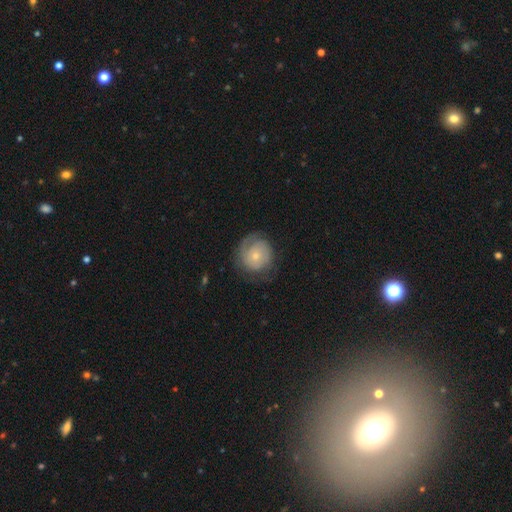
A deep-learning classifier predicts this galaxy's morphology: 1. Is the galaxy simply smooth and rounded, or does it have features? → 52% featured or disk, 41% smooth, 7% star or artifact.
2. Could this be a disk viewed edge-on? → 97% no, 3% yes.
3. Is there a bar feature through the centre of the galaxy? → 82% no, 15% weak, 2% strong.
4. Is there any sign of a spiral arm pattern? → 78% yes, 22% no.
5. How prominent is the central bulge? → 59% small, 35% moderate, 3% large, 2% none, 1% dominant.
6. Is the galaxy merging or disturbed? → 66% none, 22% minor disturbance, 12% major disturbance, 1% merger.